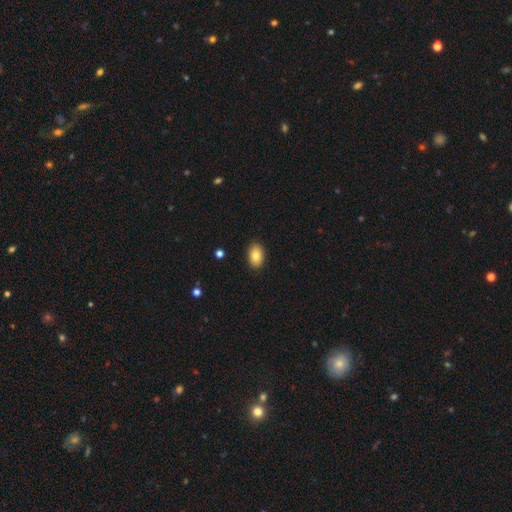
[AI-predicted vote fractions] A smooth galaxy with no disk features (84%) that is in between round and cigar-shaped (88%). Merging: none (89%).